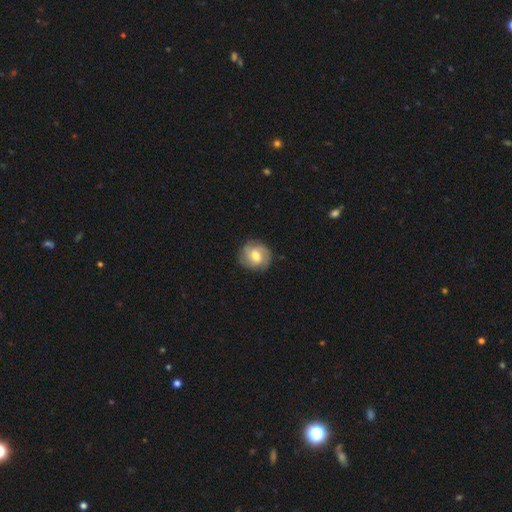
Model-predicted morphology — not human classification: A smooth galaxy with no disk features (47%). Merging: none (80%).